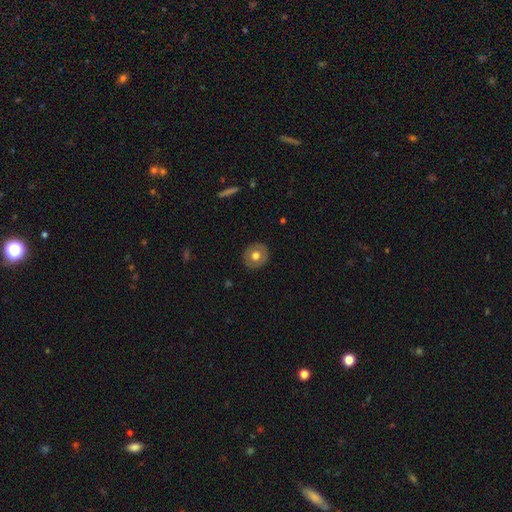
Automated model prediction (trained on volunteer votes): smooth 60%, featured or disk 33%, star or artifact 7%. Down the decision tree: how rounded — round (83%); merging — none (88%).